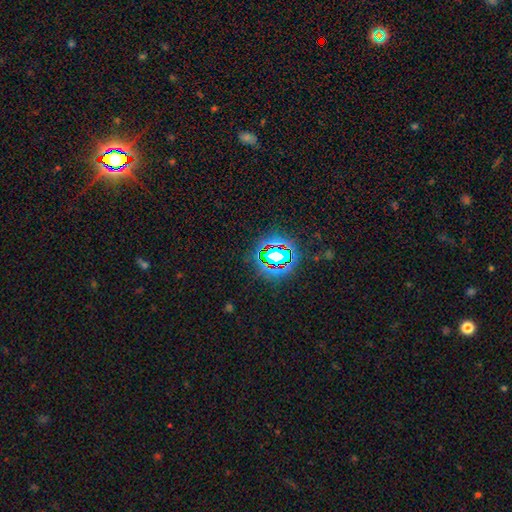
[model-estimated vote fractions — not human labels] This is likely a star or artifact rather than a galaxy (80%).